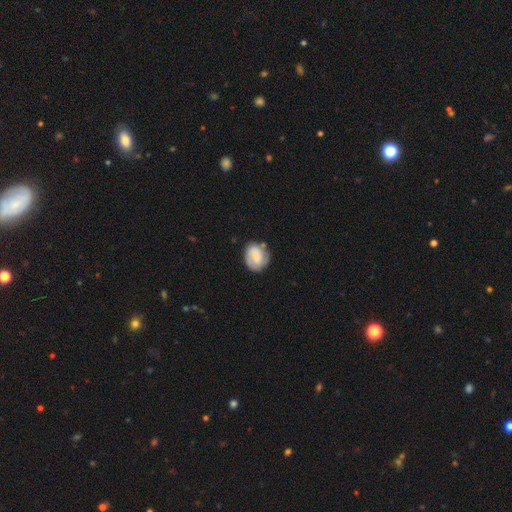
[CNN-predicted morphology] This appears to be a smooth galaxy with no disk features (59%) that is round (62%). Merging: none (65%).